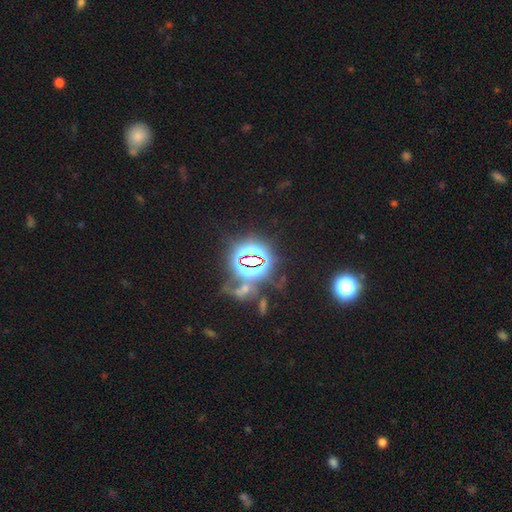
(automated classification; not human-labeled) smooth-or-featured: star or artifact: 78% | smooth: 12% | featured or disk: 10%